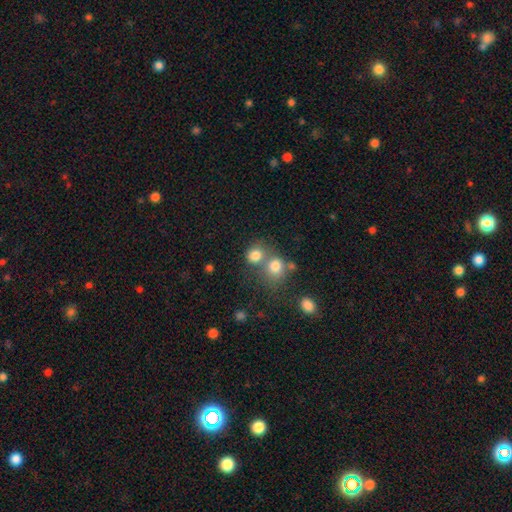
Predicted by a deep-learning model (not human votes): Morphology: type=smooth (79%); roundness=round (73%); merging=none (44%).